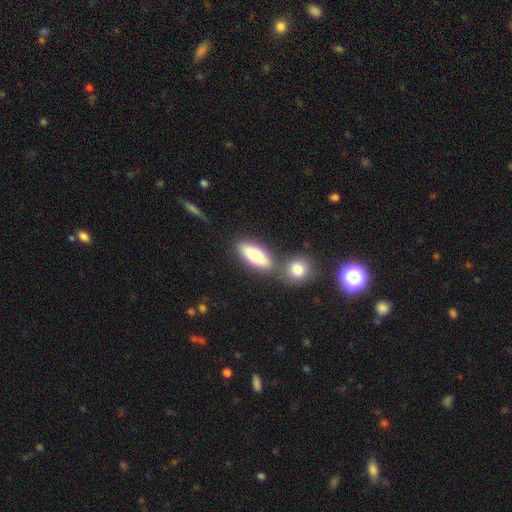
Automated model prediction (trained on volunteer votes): A smooth galaxy with no disk features (72%) that is in between round and cigar-shaped (76%). Merging: none (57%).